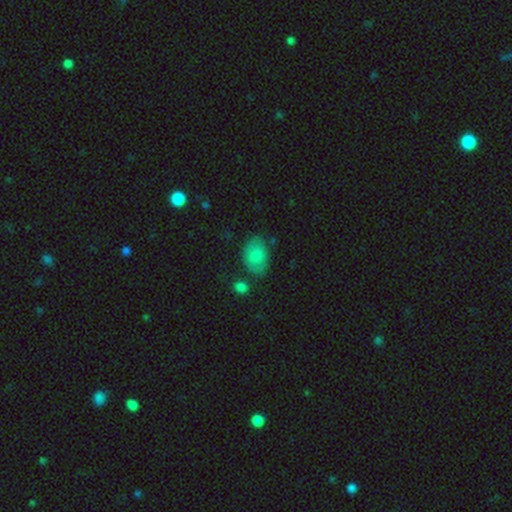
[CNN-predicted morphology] A smooth galaxy with no disk features (79%) that is in between round and cigar-shaped (84%). Merging: none (68%).